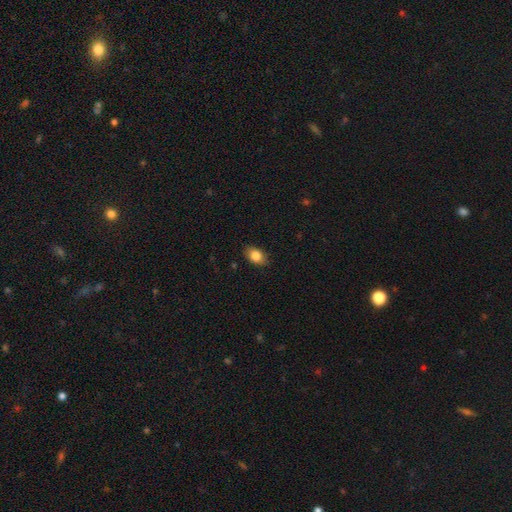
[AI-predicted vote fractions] A smooth galaxy with no disk features (84%) that is in between round and cigar-shaped (82%).

Vote fractions:
- Smooth or featured? smooth: 84% / star or artifact: 8% / featured or disk: 8%
- How rounded? in between: 82% / round: 17% / cigar-shaped: 1%
- Merging? none: 86% / minor disturbance: 11% / major disturbance: 2% / merger: 1%